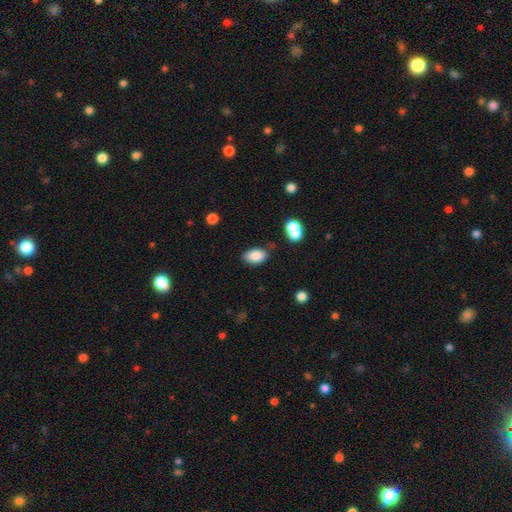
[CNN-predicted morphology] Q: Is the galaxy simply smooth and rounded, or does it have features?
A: smooth — 85%.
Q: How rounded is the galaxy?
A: in between — 92%.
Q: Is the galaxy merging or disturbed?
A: none — 79%.